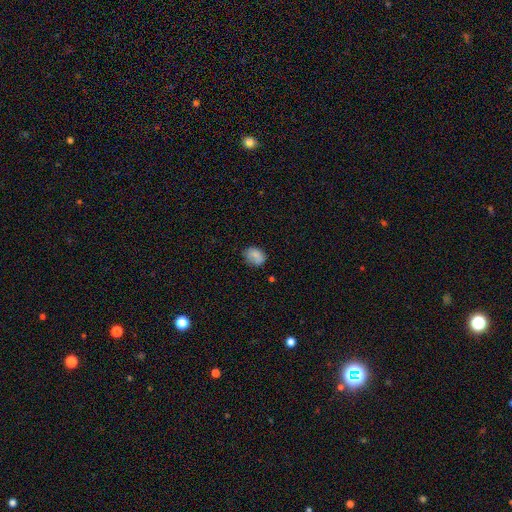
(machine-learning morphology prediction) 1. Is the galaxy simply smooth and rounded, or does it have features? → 80% smooth, 11% featured or disk, 10% star or artifact.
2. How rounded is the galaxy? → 66% in between, 33% round, 1% cigar-shaped.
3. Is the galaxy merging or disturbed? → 66% none, 24% minor disturbance, 6% major disturbance, 4% merger.